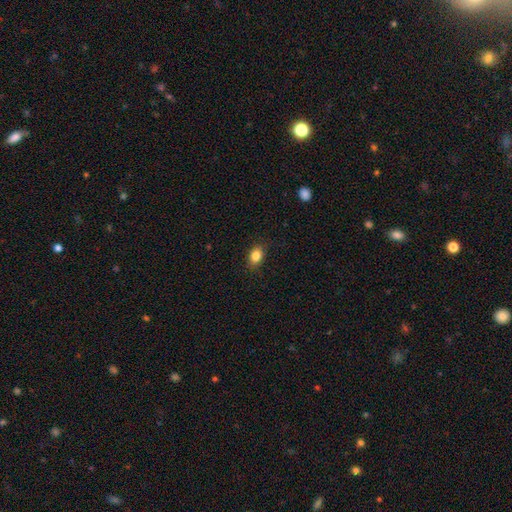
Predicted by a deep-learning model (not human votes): Morphology: type=smooth (84%); roundness=in between (74%); merging=none (87%).